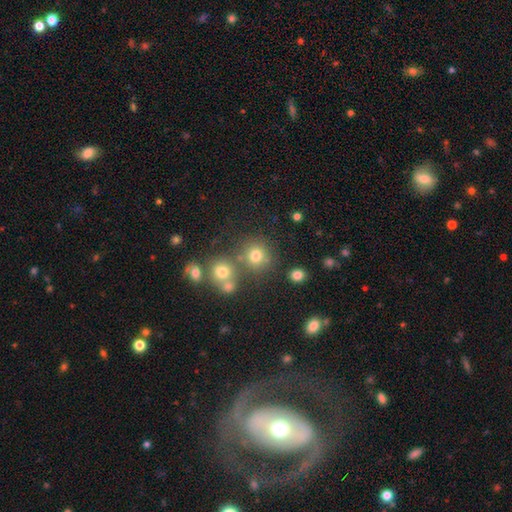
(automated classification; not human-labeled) smooth 75%, star or artifact 17%, featured or disk 8%. Down the decision tree: how rounded — round (89%); merging — none (71%).